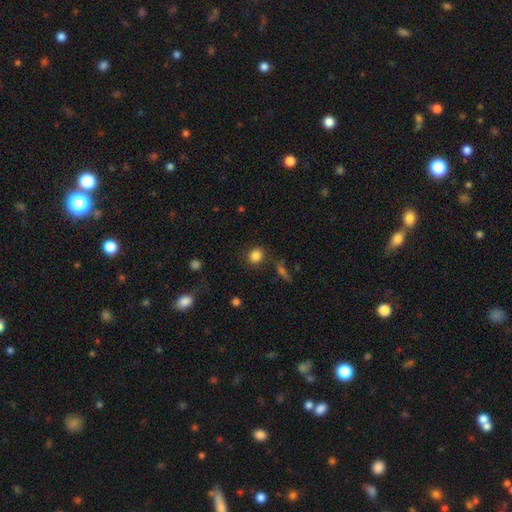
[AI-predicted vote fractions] smooth-or-featured: smooth: 84% | star or artifact: 11% | featured or disk: 5%
  how-rounded: round: 73% | in between: 25% | cigar-shaped: 1%
  merging: none: 82% | minor disturbance: 10% | major disturbance: 4% | merger: 4%